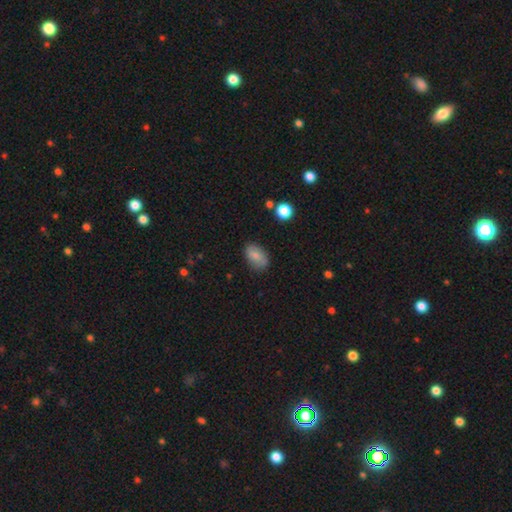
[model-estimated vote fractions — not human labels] This is clearly a smooth galaxy (80%). How rounded: clearly in between (90%). Merging: likely none (78%).